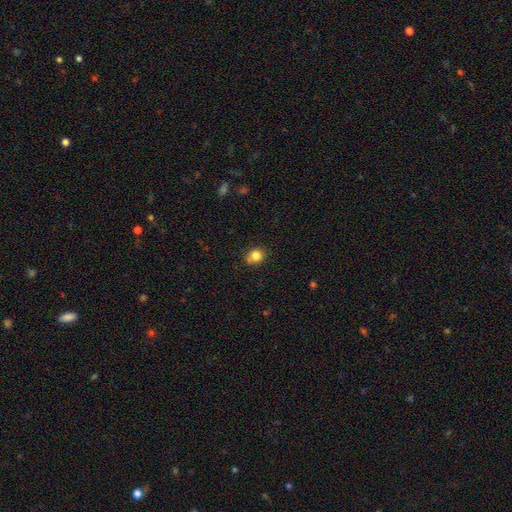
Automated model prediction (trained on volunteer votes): Smooth or featured? Predicted: smooth (p=0.81). How rounded? Predicted: round (p=0.73). Merging? Predicted: none (p=0.70).